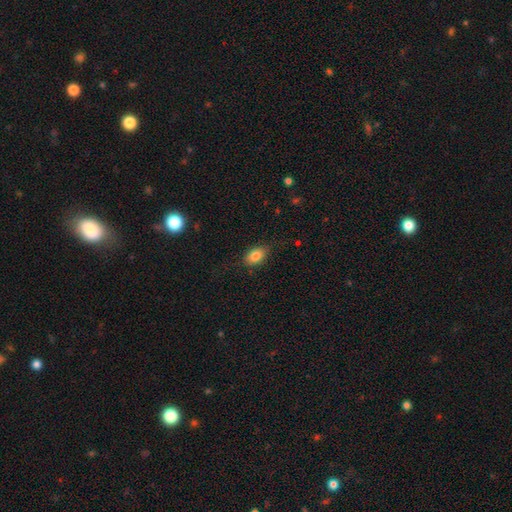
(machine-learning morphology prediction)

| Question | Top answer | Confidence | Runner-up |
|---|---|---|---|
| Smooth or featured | smooth | 82% | featured or disk (9%) |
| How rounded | in between | 85% | round (13%) |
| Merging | none | 78% | minor disturbance (17%) |